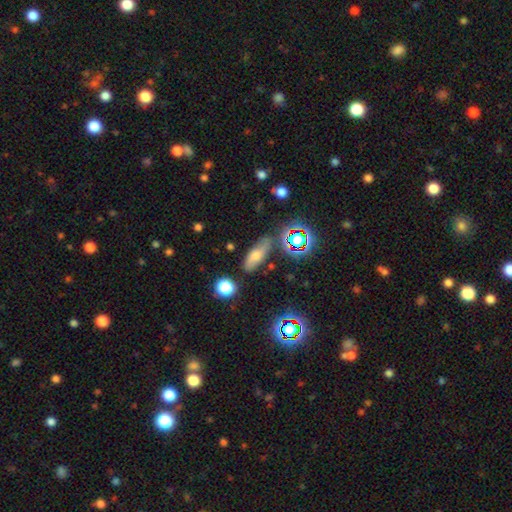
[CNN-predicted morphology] A smooth galaxy with no disk features (51%) that is in between round and cigar-shaped (60%). Merging: none (74%).